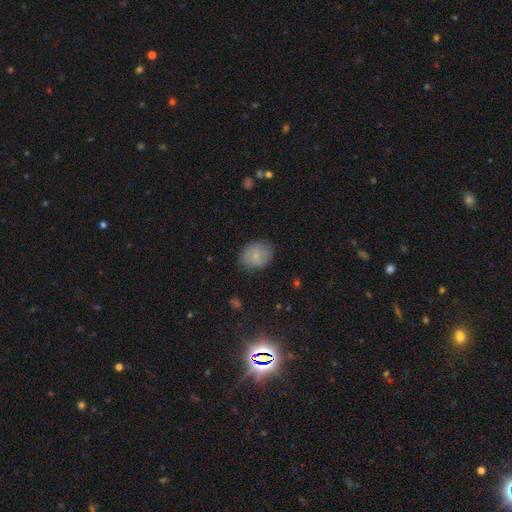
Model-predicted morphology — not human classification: smooth-or-featured: smooth: 74% | featured or disk: 17% | star or artifact: 9%
  how-rounded: in between: 53% | round: 46% | cigar-shaped: 1%
  merging: none: 76% | minor disturbance: 18% | major disturbance: 5% | merger: 1%